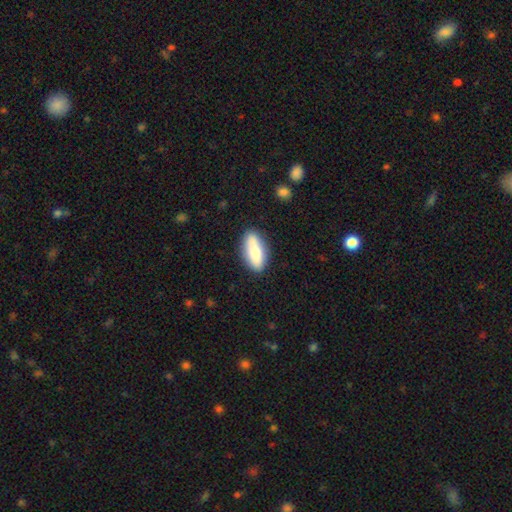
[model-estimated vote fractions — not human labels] This is likely a smooth galaxy (77%). How rounded: likely in between (75%). Merging: clearly none (80%).